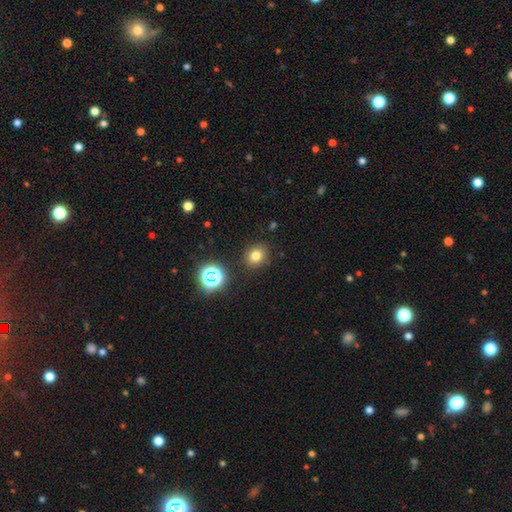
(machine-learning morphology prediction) This appears to be a smooth galaxy with no disk features (74%) that is round (73%). Merging: none (87%).